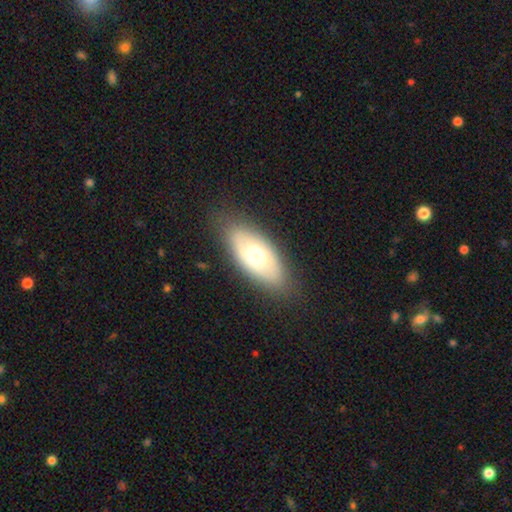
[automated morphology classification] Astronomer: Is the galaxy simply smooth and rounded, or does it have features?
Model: smooth — 59%.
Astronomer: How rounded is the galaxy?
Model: in between — 88%.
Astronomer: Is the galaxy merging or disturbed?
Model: none — 83%.